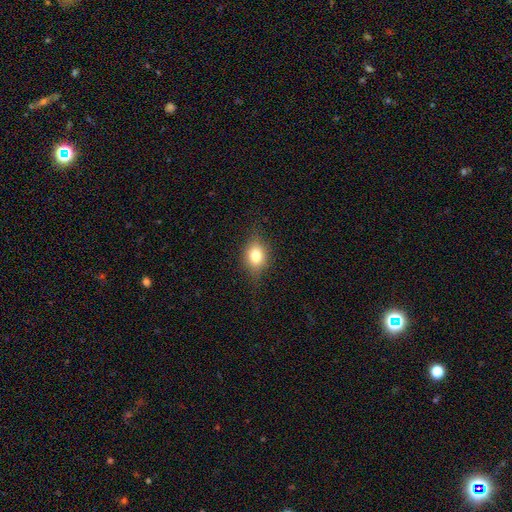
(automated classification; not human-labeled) A smooth galaxy with no disk features (71%) that is in between round and cigar-shaped (54%). Merging: none (76%).